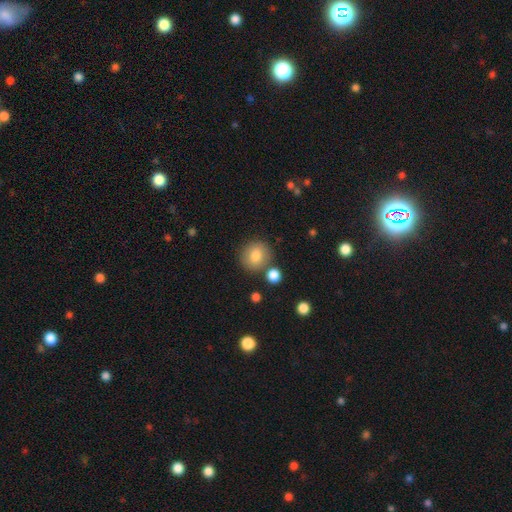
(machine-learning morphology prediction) A smooth galaxy with no disk features (80%) that is round (86%).

Vote fractions:
- Smooth or featured? smooth: 80% / featured or disk: 10% / star or artifact: 9%
- How rounded? round: 86% / in between: 13% / cigar-shaped: 1%
- Merging? none: 79% / minor disturbance: 9% / merger: 8% / major disturbance: 3%